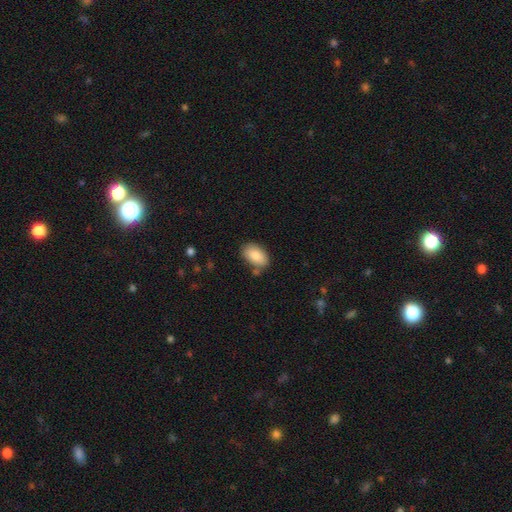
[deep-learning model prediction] Q: Smooth or featured?
A: smooth (85%); runner-up: featured or disk (9%)
Q: How rounded?
A: in between (93%); runner-up: round (5%)
Q: Merging?
A: none (77%); runner-up: minor disturbance (14%)